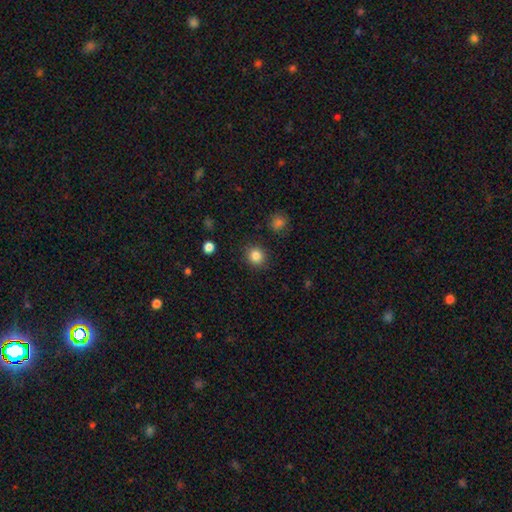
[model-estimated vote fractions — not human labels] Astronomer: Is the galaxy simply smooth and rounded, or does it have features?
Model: smooth — 85%.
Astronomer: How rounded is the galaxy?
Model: round — 87%.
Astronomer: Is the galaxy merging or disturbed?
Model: none — 90%.